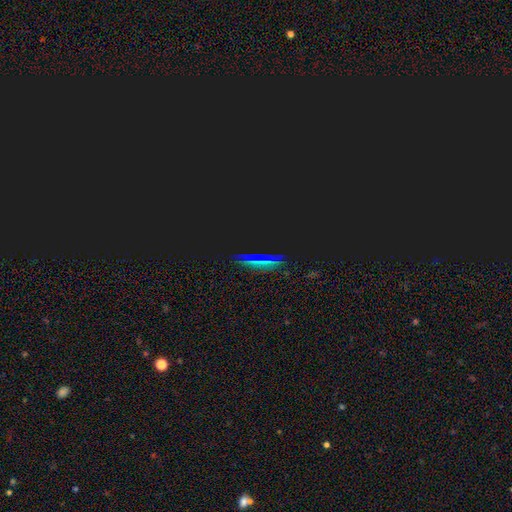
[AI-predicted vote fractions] Smooth or featured?
  - star or artifact: 63% *
  - smooth: 26%
  - featured or disk: 11%